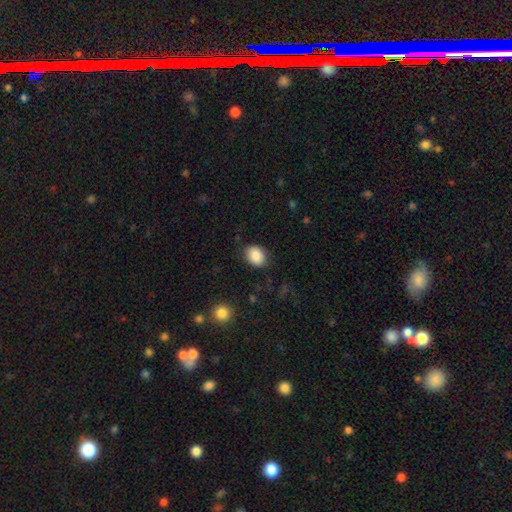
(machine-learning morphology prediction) smooth-or-featured: smooth: 88% | star or artifact: 8% | featured or disk: 4%
  how-rounded: in between: 60% | round: 39% | cigar-shaped: 1%
  merging: none: 84% | minor disturbance: 11% | major disturbance: 3% | merger: 1%